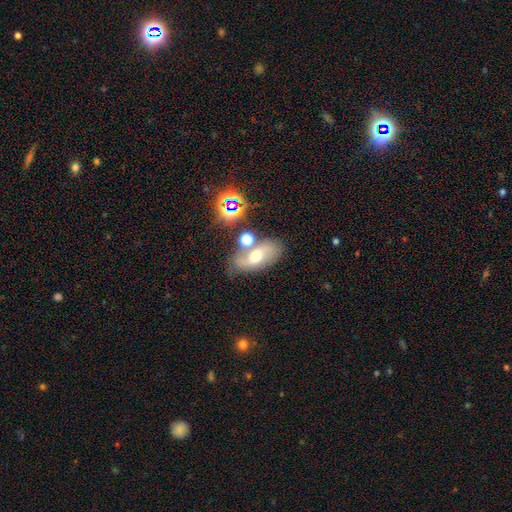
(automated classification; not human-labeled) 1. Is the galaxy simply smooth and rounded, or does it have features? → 45% smooth, 40% featured or disk, 16% star or artifact.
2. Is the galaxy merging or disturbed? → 58% none, 17% minor disturbance, 17% merger, 7% major disturbance.